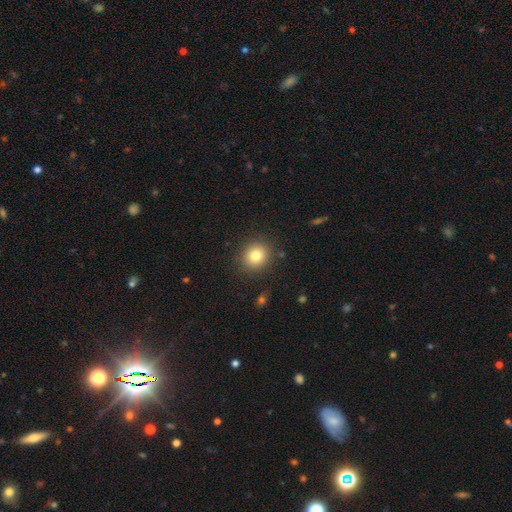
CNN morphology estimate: Smooth or featured: smooth — 80% (star or artifact — 11%)
How rounded: round — 84% (in between — 15%)
Merging: none — 88% (minor disturbance — 8%)